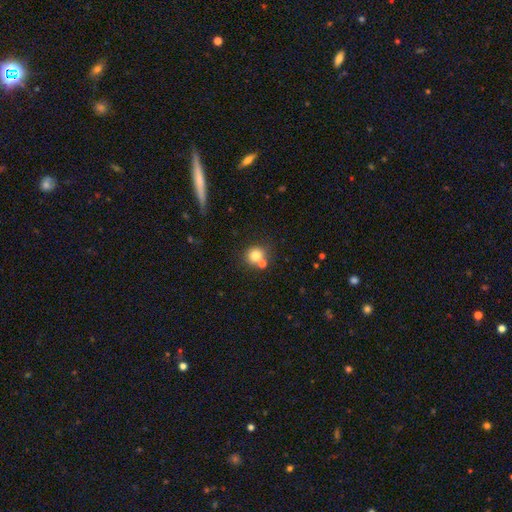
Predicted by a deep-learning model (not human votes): Overall: smooth (79%). How rounded: round (84%). Merging: none (62%; merger 25%).